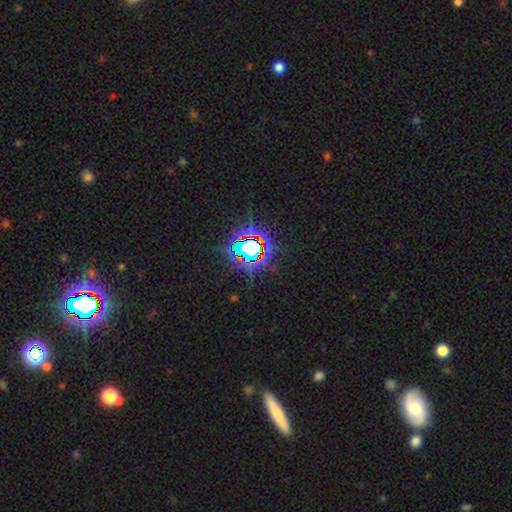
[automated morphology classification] A star or artifact, not a galaxy (79%).